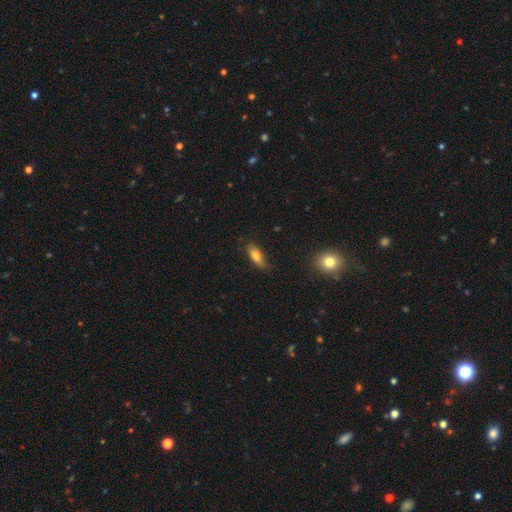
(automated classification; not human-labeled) smooth 75%, featured or disk 16%, star or artifact 8%. Down the decision tree: how rounded — in between (71%); merging — none (78%).